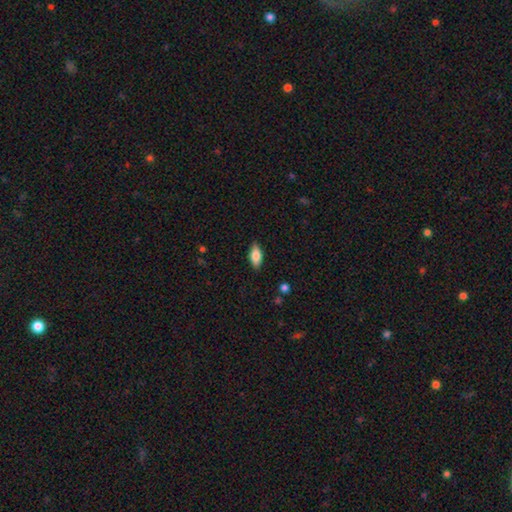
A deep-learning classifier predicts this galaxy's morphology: A smooth galaxy with no disk features (76%) that is in between round and cigar-shaped (86%).

Vote fractions:
- Smooth or featured? smooth: 76% / featured or disk: 17% / star or artifact: 7%
- How rounded? in between: 86% / cigar-shaped: 11% / round: 3%
- Merging? none: 87% / minor disturbance: 10% / major disturbance: 2% / merger: 1%